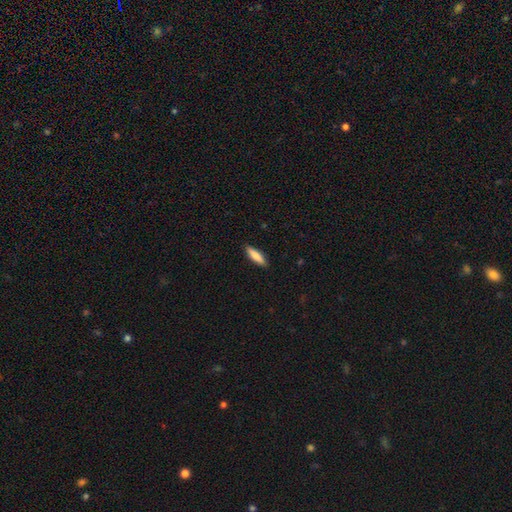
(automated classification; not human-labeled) smooth 78%, featured or disk 16%, star or artifact 6%. Down the decision tree: how rounded — cigar-shaped (70%); merging — none (89%).